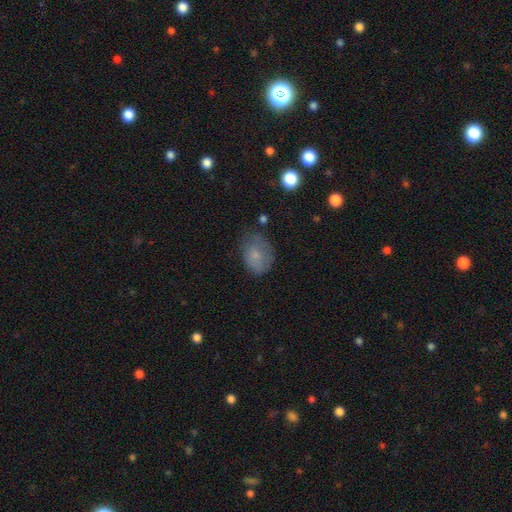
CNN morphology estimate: A smooth galaxy with no disk features (73%) that is in between round and cigar-shaped (62%).

Vote fractions:
- Smooth or featured? smooth: 73% / featured or disk: 17% / star or artifact: 10%
- How rounded? in between: 62% / round: 37% / cigar-shaped: 1%
- Merging? none: 53% / minor disturbance: 33% / major disturbance: 13% / merger: 2%